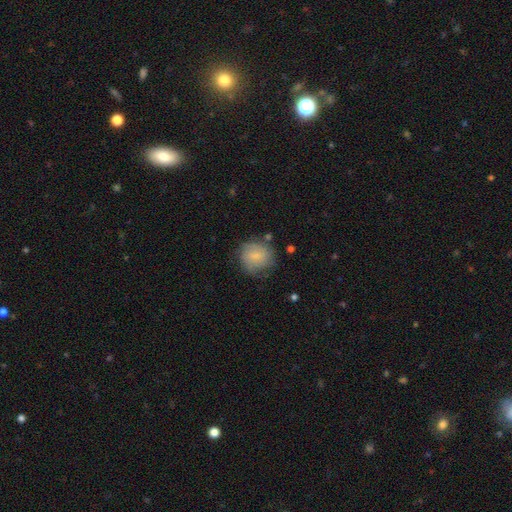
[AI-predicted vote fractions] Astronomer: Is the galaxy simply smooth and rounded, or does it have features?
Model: smooth — 69%.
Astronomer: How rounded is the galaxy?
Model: round — 83%.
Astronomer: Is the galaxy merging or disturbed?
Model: none — 68%.